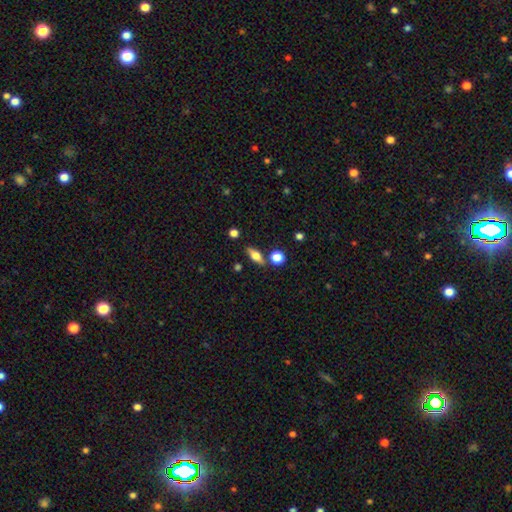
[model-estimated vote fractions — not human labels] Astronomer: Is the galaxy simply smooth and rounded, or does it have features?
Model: smooth — 54% (runner-up: featured or disk, 37%).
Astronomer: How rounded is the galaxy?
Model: in between — 61%.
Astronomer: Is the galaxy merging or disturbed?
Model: none — 80%.